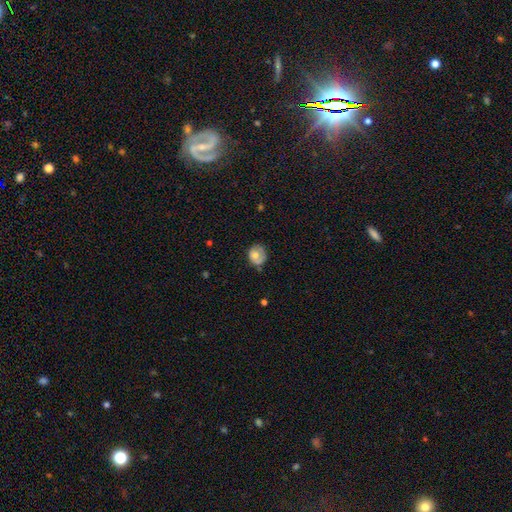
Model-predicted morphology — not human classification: Smooth or featured: smooth — 64% (featured or disk — 28%)
How rounded: round — 69% (in between — 30%)
Merging: none — 55% (minor disturbance — 32%)